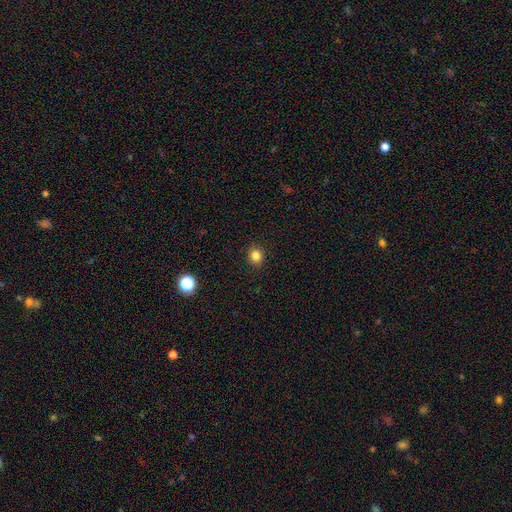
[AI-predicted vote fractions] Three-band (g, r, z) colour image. It shows a smooth galaxy with no disk features (83%) that is round (80%). Merging: none (91%).